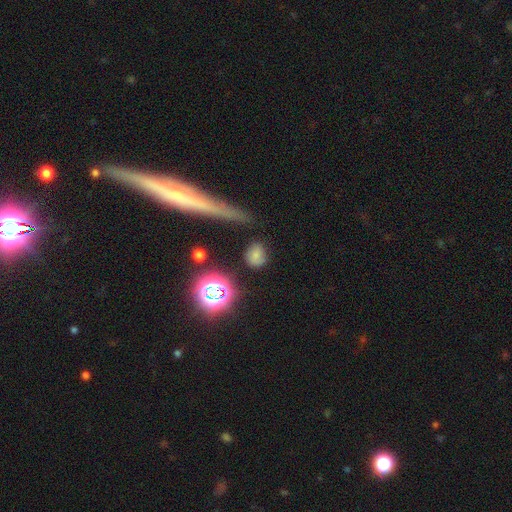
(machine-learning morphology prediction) This appears to be a smooth galaxy with no disk features (67%) that is round (71%). Merging: none (74%).